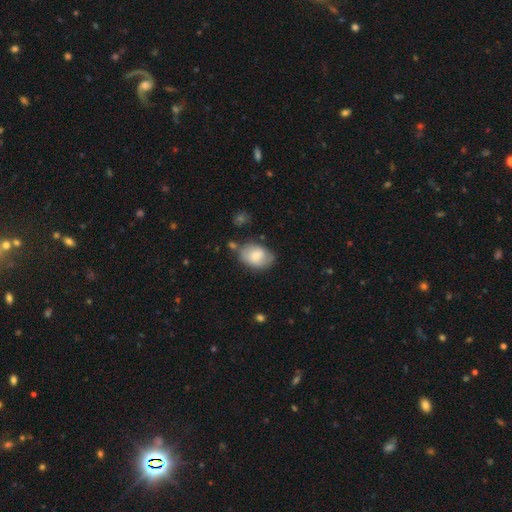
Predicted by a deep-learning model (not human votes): smooth 69%, featured or disk 24%, star or artifact 7%. Down the decision tree: how rounded — in between (81%); merging — none (63%).